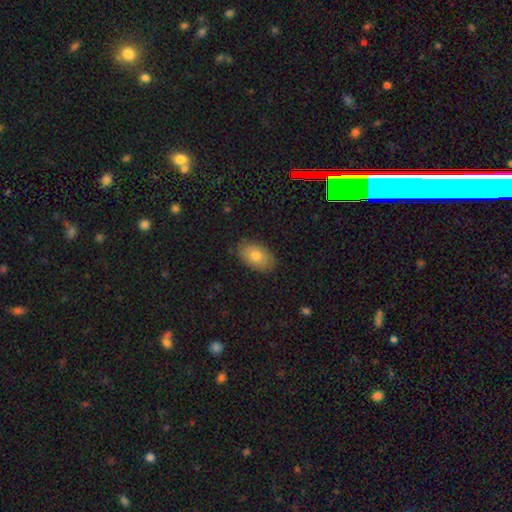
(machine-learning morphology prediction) This appears to be a smooth galaxy with no disk features (77%) that is in between round and cigar-shaped (91%). Merging: none (86%).